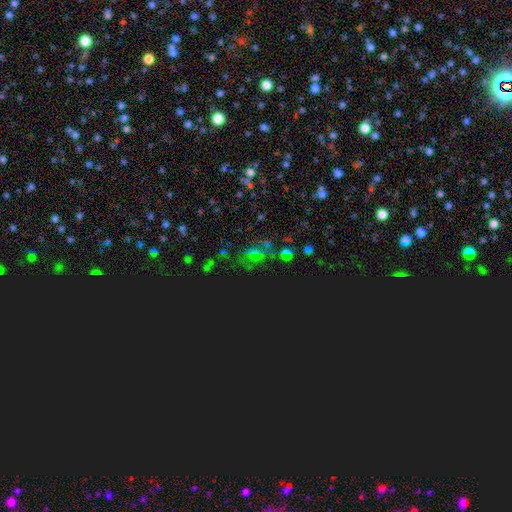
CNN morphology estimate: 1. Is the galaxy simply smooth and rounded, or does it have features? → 60% star or artifact, 24% smooth, 16% featured or disk.